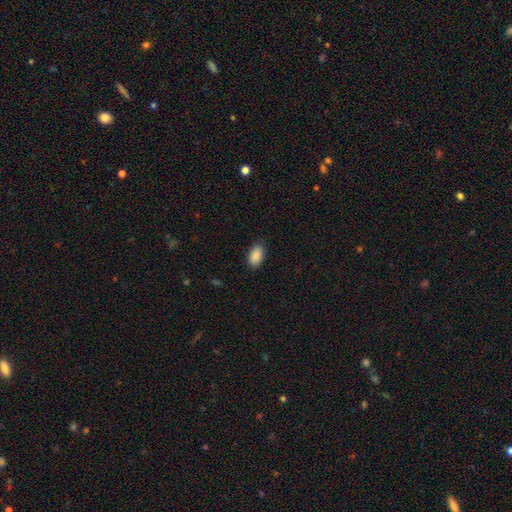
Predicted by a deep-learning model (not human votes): Smooth or featured?
  - smooth: 89% *
  - star or artifact: 7%
  - featured or disk: 4%
How rounded?
  - in between: 93% *
  - round: 5%
  - cigar-shaped: 2%
Merging?
  - none: 86% *
  - minor disturbance: 11%
  - major disturbance: 2%
  - merger: 1%